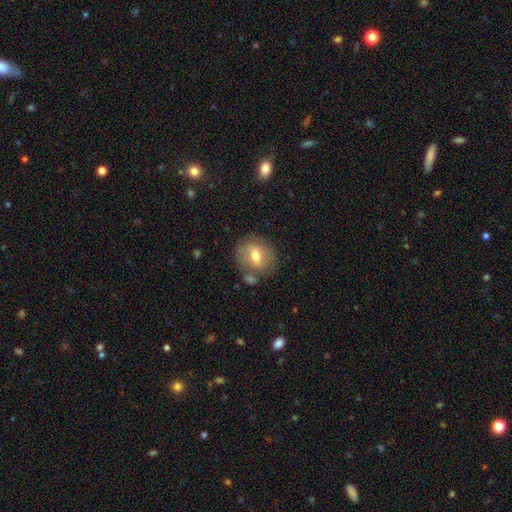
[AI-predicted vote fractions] A smooth galaxy with no disk features (64%) that is round (61%). Merging: none (71%).